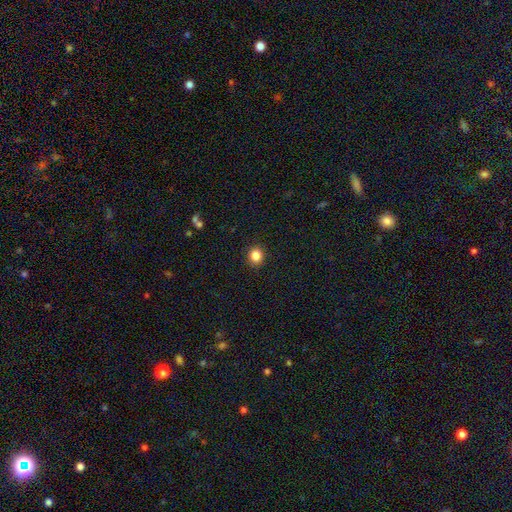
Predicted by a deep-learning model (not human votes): Q: Smooth or featured?
A: smooth (85%); runner-up: star or artifact (11%)
Q: How rounded?
A: round (84%); runner-up: in between (15%)
Q: Merging?
A: none (92%); runner-up: minor disturbance (5%)